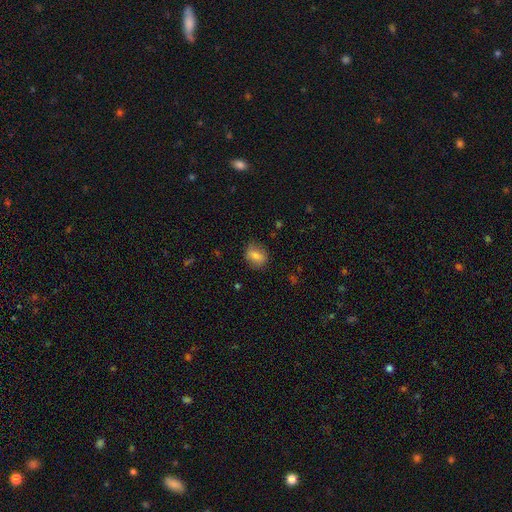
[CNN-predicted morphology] A smooth galaxy with no disk features (75%) that is in between round and cigar-shaped (53%).

Vote fractions:
- Smooth or featured? smooth: 75% / featured or disk: 16% / star or artifact: 9%
- How rounded? in between: 53% / round: 45% / cigar-shaped: 2%
- Merging? none: 79% / minor disturbance: 16% / major disturbance: 4% / merger: 1%